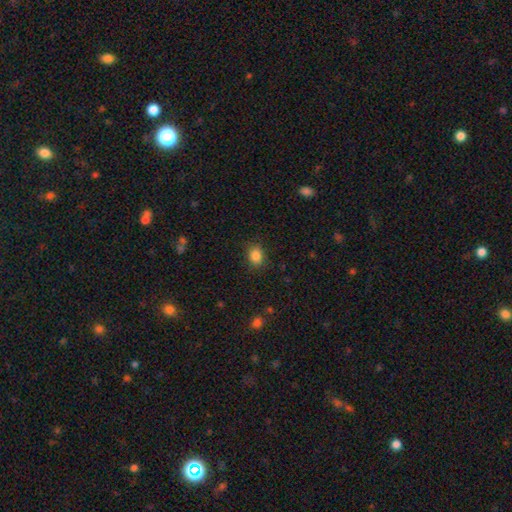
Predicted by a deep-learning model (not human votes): Smooth or featured? Predicted: smooth (p=0.85). How rounded? Predicted: in between (p=0.56). Merging? Predicted: none (p=0.85).